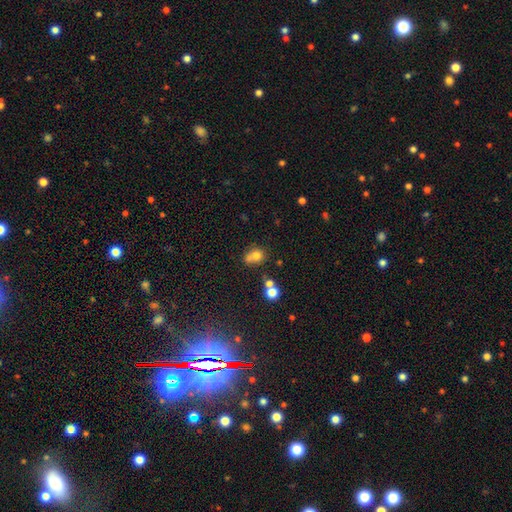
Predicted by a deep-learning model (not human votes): Overall: smooth (73%). How rounded: round (67%; in between 32%). Merging: none (43%; merger 35%).